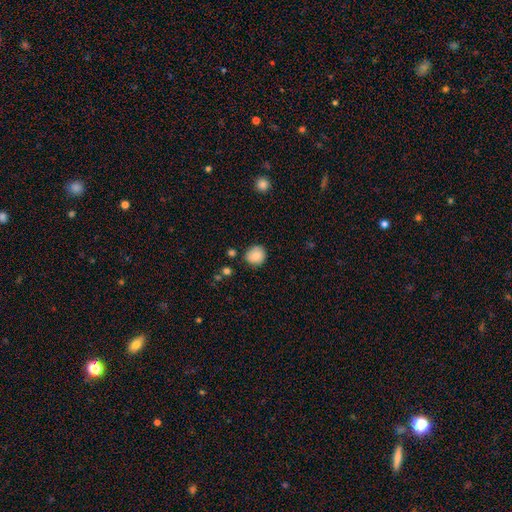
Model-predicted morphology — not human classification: This is clearly a smooth galaxy (84%). How rounded: clearly round (86%). Merging: clearly none (82%).